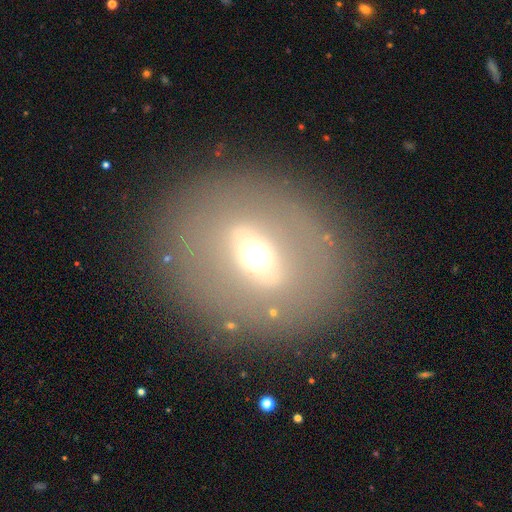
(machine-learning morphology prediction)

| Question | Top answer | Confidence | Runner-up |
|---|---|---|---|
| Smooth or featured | smooth | 45% | featured or disk (40%) |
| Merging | none | 78% | minor disturbance (11%) |